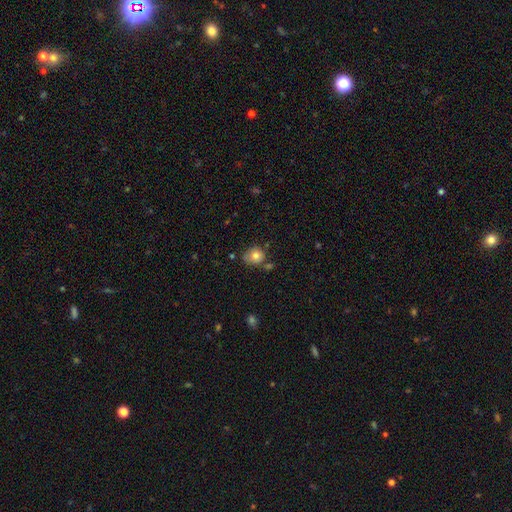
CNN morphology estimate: Overall: smooth (77%). How rounded: round (71%). Merging: none (62%; minor disturbance 23%).